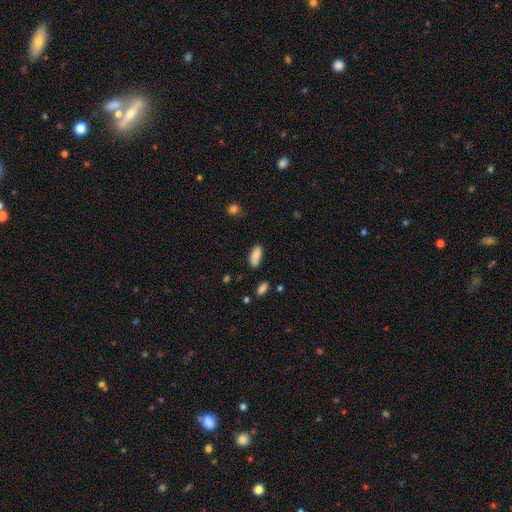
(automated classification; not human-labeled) Smooth or featured? smooth (84%)
How rounded? in between (83%)
Merging? none (76%)